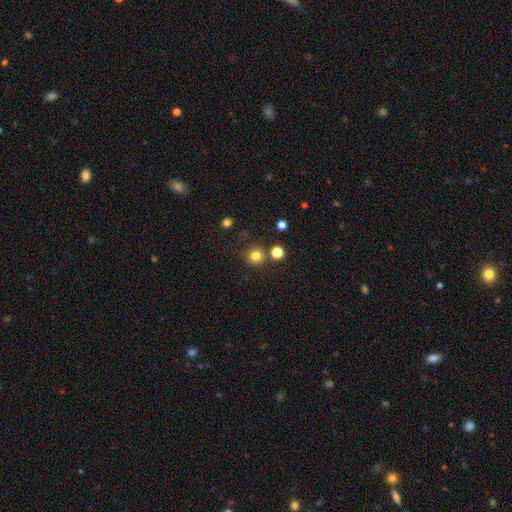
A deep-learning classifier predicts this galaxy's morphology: This appears to be a smooth galaxy with no disk features (79%) that is round (92%). Merging: none (79%).